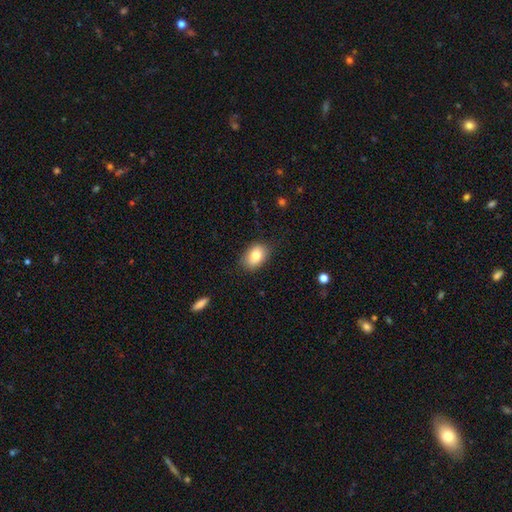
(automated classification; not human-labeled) Smooth or featured: smooth — 79% (featured or disk — 12%)
How rounded: in between — 77% (round — 21%)
Merging: none — 82% (minor disturbance — 14%)